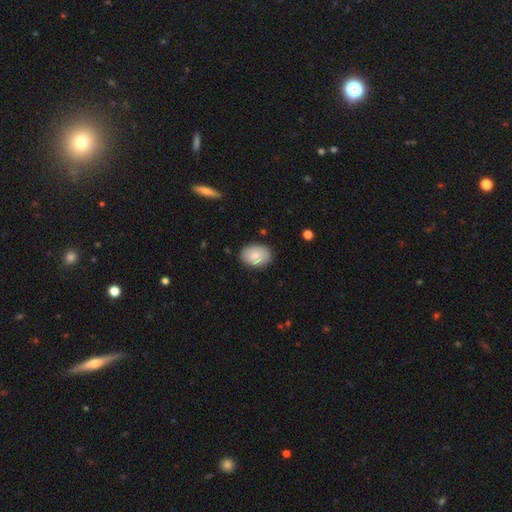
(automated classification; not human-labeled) Smooth or featured: smooth — 78% (featured or disk — 16%)
How rounded: in between — 82% (round — 17%)
Merging: none — 83% (minor disturbance — 13%)